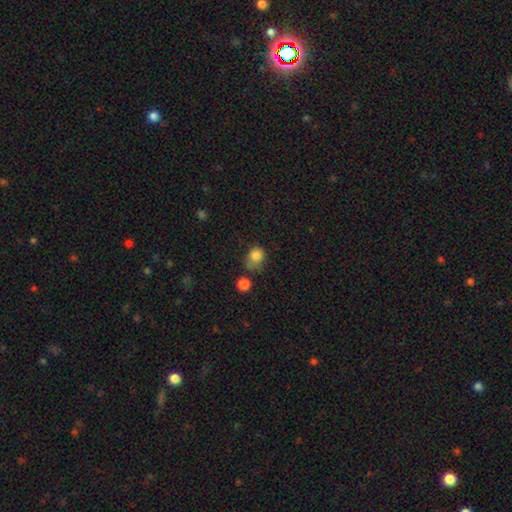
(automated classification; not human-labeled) Morphology: type=smooth (82%); roundness=round (61%); merging=none (44%).